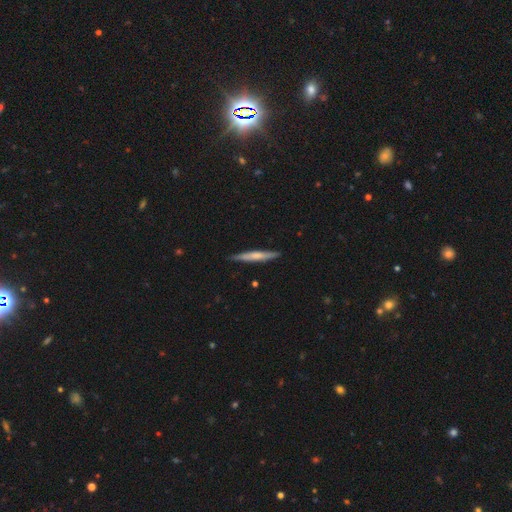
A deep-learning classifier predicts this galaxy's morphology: smooth_or_featured: smooth (p=0.52) [alt: featured or disk p=0.42]
how_rounded: cigar-shaped (p=0.95) [alt: in between p=0.04]
merging: none (p=0.88) [alt: minor disturbance p=0.09]